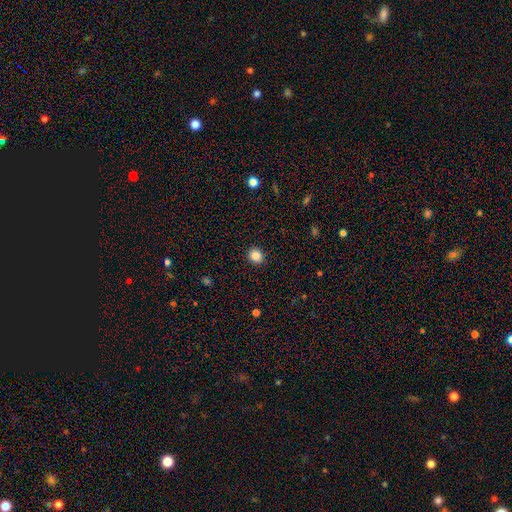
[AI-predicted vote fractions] A smooth galaxy with no disk features (86%) that is round (78%). Merging: none (91%).